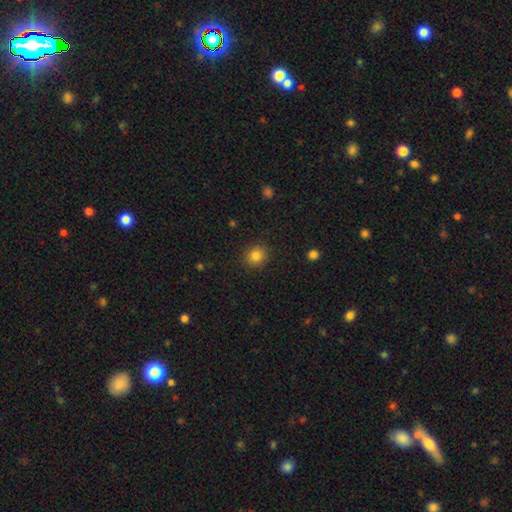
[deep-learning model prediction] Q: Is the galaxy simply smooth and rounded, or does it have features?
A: smooth — 84%.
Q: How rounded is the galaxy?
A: round — 87%.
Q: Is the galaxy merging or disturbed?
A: none — 90%.